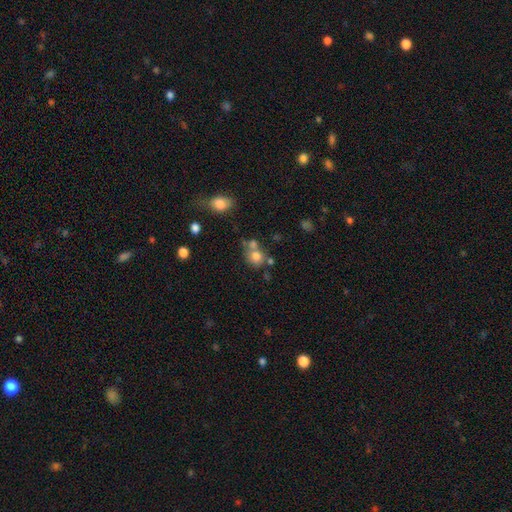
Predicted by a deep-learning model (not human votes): Smooth or featured?
  - smooth: 76% *
  - star or artifact: 12%
  - featured or disk: 12%
How rounded?
  - round: 77% *
  - in between: 22%
  - cigar-shaped: 1%
Merging?
  - none: 49% *
  - merger: 35%
  - minor disturbance: 12%
  - major disturbance: 5%